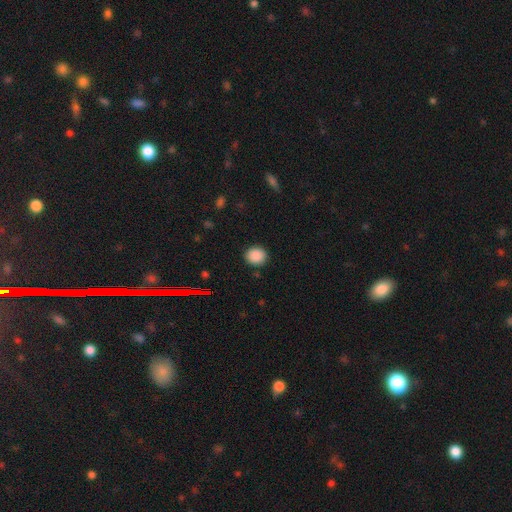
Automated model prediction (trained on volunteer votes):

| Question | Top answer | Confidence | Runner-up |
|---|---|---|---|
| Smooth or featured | smooth | 87% | star or artifact (9%) |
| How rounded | round | 83% | in between (16%) |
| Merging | none | 90% | minor disturbance (7%) |